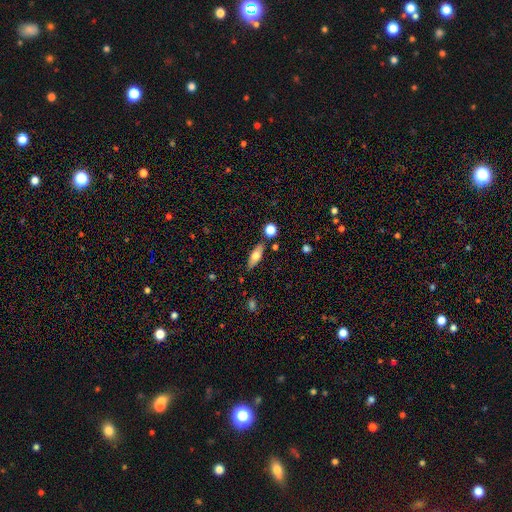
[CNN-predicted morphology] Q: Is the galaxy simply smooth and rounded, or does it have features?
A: smooth — 65%.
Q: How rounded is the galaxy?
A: in between — 64%.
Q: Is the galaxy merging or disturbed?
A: none — 82%.